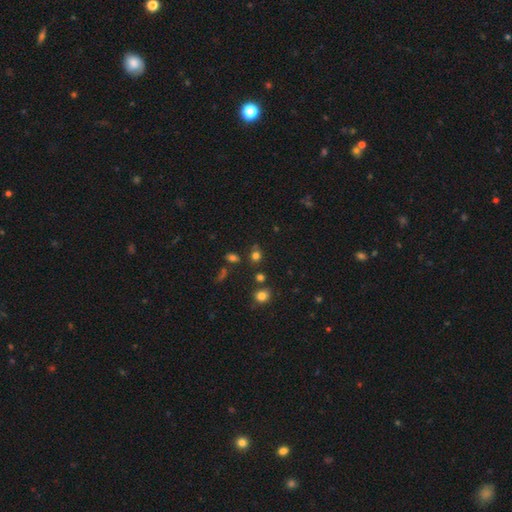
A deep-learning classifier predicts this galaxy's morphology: A smooth galaxy with no disk features (73%) that is round (70%).

Vote fractions:
- Smooth or featured? smooth: 73% / star or artifact: 21% / featured or disk: 6%
- How rounded? round: 70% / in between: 29% / cigar-shaped: 1%
- Merging? none: 73% / minor disturbance: 12% / merger: 10% / major disturbance: 4%